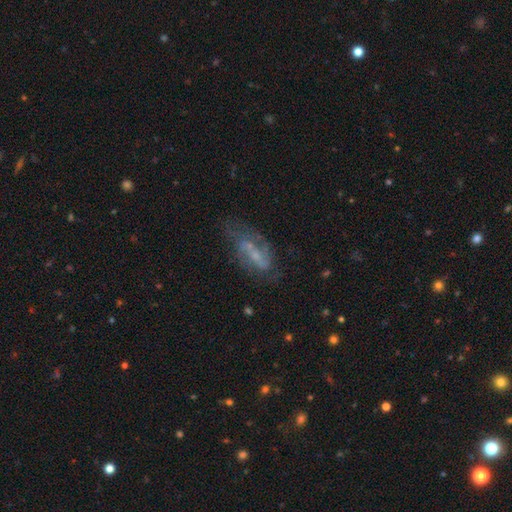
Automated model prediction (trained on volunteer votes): Smooth or featured? Predicted: featured or disk (p=0.68). Edge-on disk? Predicted: no (p=0.92). Bar? Predicted: weak (p=0.42). Spiral arms? Predicted: yes (p=0.77). Bulge size? Predicted: small (p=0.54). Merging? Predicted: none (p=0.50).